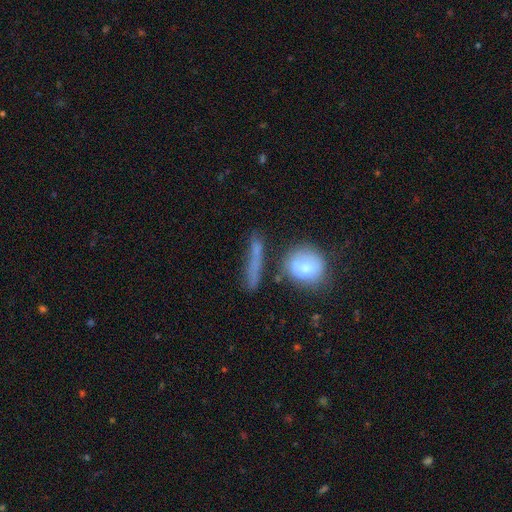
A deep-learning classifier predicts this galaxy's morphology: Smooth or featured? smooth (54%)
How rounded? cigar-shaped (59%)
Merging? none (61%)